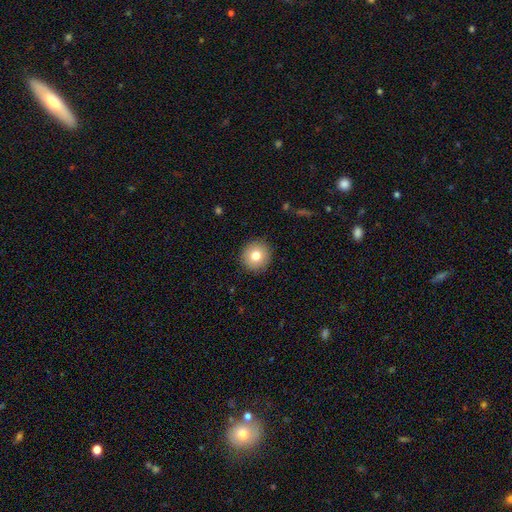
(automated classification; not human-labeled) Smooth or featured? smooth (78%)
How rounded? round (94%)
Merging? none (91%)